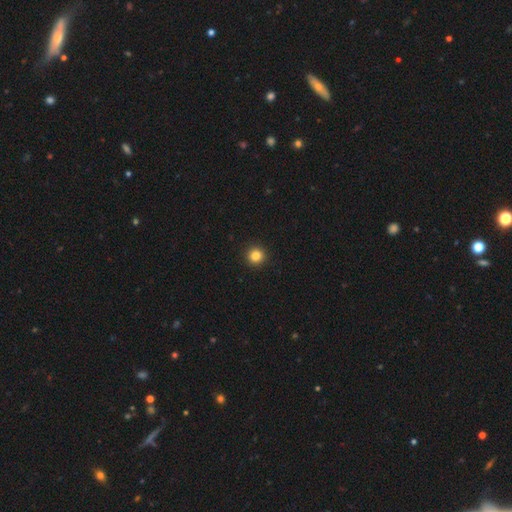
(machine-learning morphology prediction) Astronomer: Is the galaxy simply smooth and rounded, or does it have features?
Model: smooth — 84%.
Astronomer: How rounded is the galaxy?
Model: round — 95%.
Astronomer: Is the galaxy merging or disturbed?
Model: none — 94%.